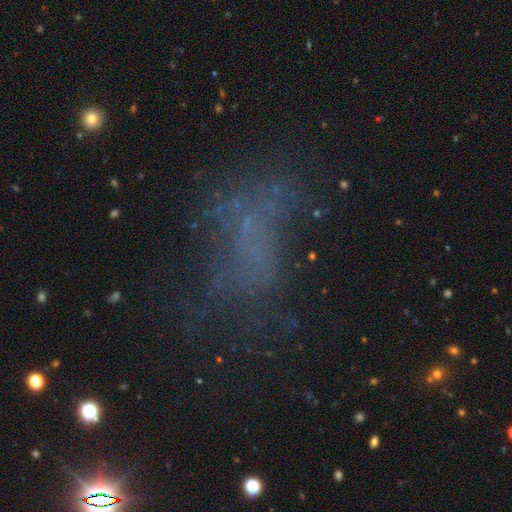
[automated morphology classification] type=featured or disk (34%); merging=none (42%).